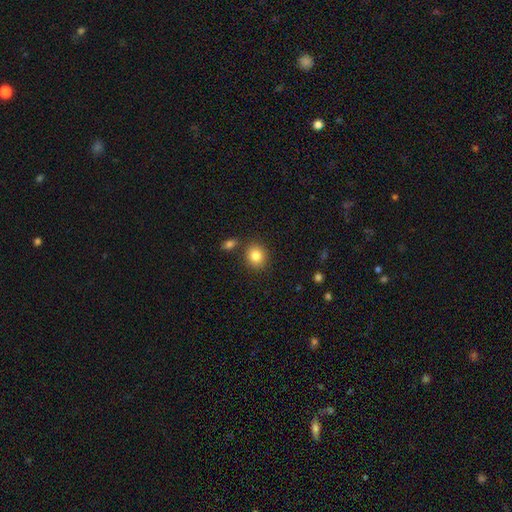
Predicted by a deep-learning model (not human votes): The model was most divided on "how rounded": round: 76%, in between: 23%, cigar-shaped: 1%. More confident: smooth or featured — smooth (84%); merging — none (82%).